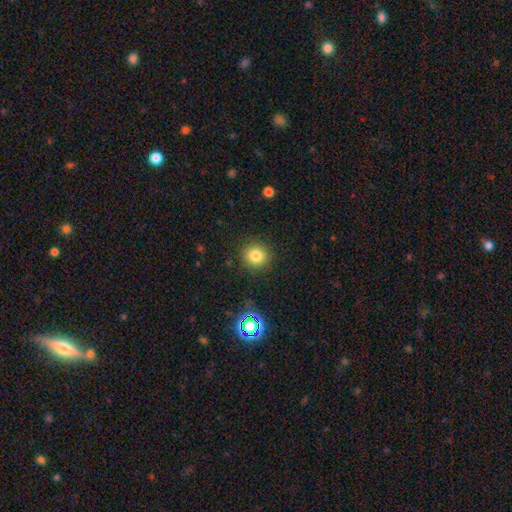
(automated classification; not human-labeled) smooth 80%, star or artifact 13%, featured or disk 6%. Down the decision tree: how rounded — round (90%); merging — none (89%).